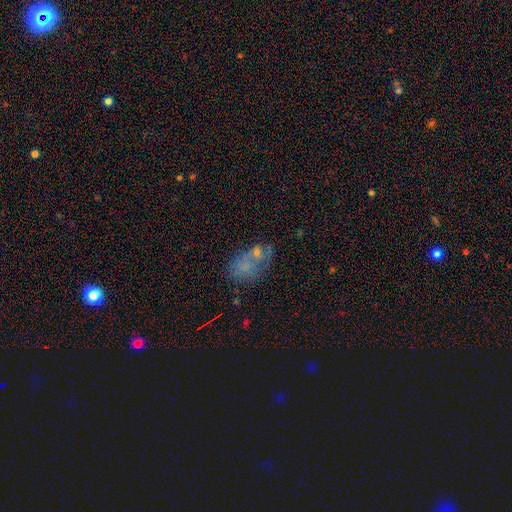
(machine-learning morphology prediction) Overall: smooth (53%; featured or disk 29%). How rounded: in between (78%). Merging: none (37%; merger 25%).